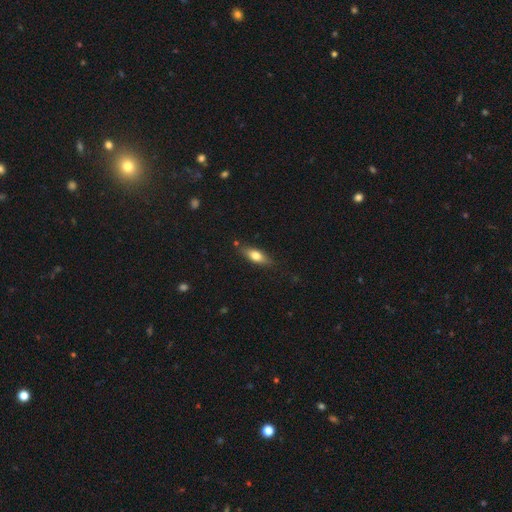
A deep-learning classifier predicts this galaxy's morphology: Q: Smooth or featured?
A: smooth (69%); runner-up: featured or disk (24%)
Q: How rounded?
A: in between (65%); runner-up: cigar-shaped (32%)
Q: Merging?
A: none (81%); runner-up: minor disturbance (14%)